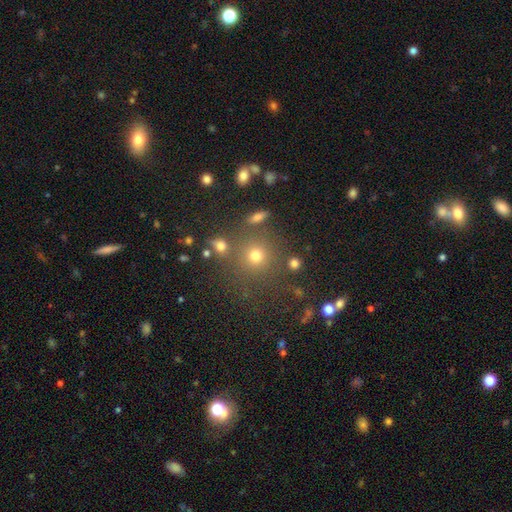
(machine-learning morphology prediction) A smooth galaxy with no disk features (71%) that is round (92%). Merging: none (78%).